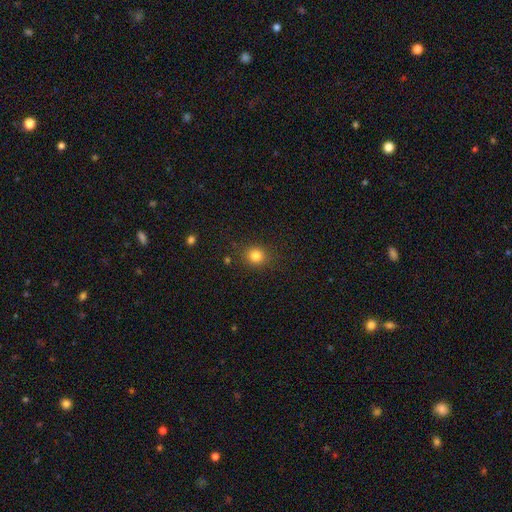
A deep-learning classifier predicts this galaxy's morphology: smooth 82%, star or artifact 13%, featured or disk 5%. Down the decision tree: how rounded — round (87%); merging — none (86%).